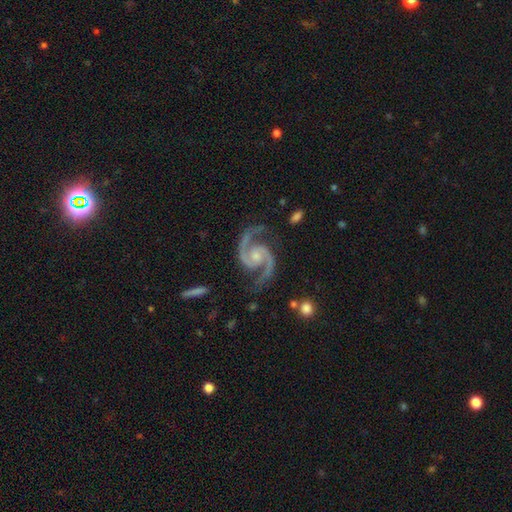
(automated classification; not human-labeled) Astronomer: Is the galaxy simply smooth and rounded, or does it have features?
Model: featured or disk — 95%.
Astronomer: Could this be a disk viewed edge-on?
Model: no — 98%.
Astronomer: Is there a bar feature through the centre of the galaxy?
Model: no — 63%.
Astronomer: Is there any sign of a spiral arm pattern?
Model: yes — 99%.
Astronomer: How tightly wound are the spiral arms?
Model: medium — 69%.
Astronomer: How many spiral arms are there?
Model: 2 — 95%.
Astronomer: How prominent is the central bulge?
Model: small — 55% (runner-up: moderate, 34%).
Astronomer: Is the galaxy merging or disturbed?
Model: none — 79%.